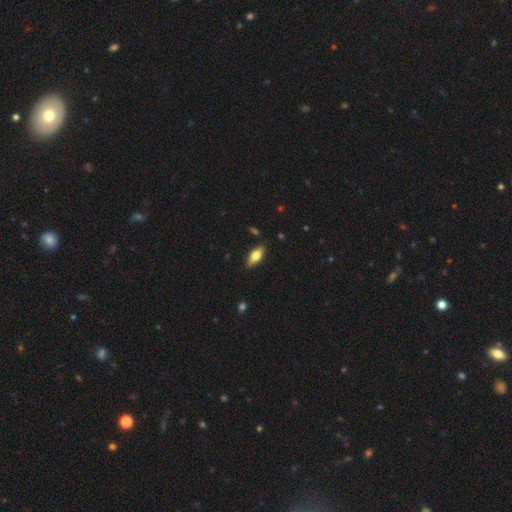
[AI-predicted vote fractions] Morphology: type=smooth (65%); roundness=in between (75%); merging=none (87%).